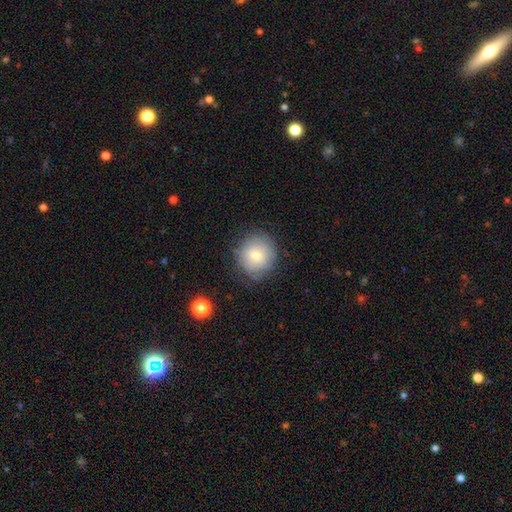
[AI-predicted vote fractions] This appears to be a smooth galaxy with no disk features (72%) that is round (89%). Merging: none (78%).